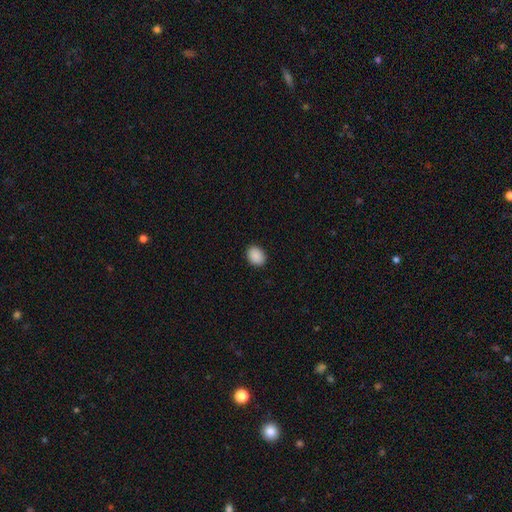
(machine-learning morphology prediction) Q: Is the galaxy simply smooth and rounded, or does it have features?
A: smooth — 90%.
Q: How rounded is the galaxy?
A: in between — 64%.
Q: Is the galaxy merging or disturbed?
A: none — 90%.